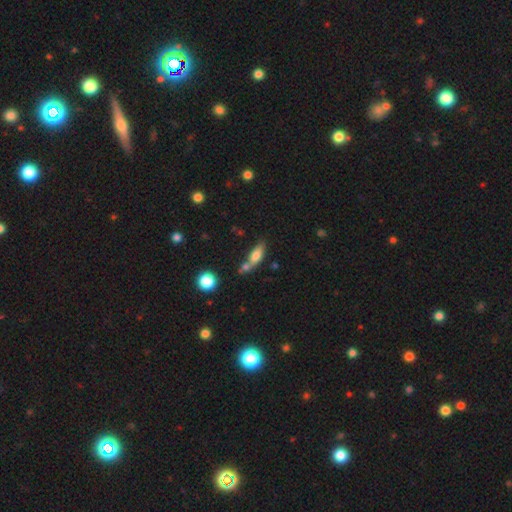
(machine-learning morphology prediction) smooth_or_featured: smooth (p=0.71) [alt: featured or disk p=0.21]
how_rounded: in between (p=0.60) [alt: cigar-shaped p=0.36]
merging: none (p=0.49) [alt: merger p=0.28]